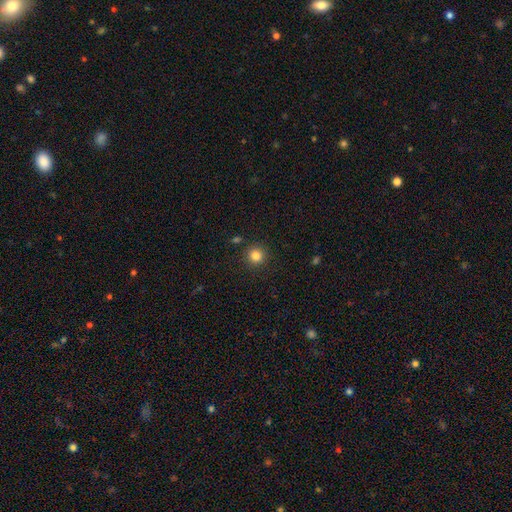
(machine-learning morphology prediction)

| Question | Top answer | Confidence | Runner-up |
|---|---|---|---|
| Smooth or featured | smooth | 83% | star or artifact (12%) |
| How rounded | round | 94% | in between (5%) |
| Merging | none | 90% | minor disturbance (6%) |